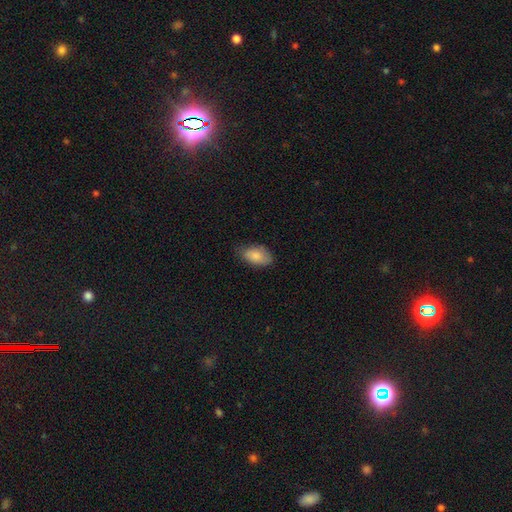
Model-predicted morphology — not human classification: A smooth galaxy with no disk features (83%) that is in between round and cigar-shaped (93%). Merging: none (69%).